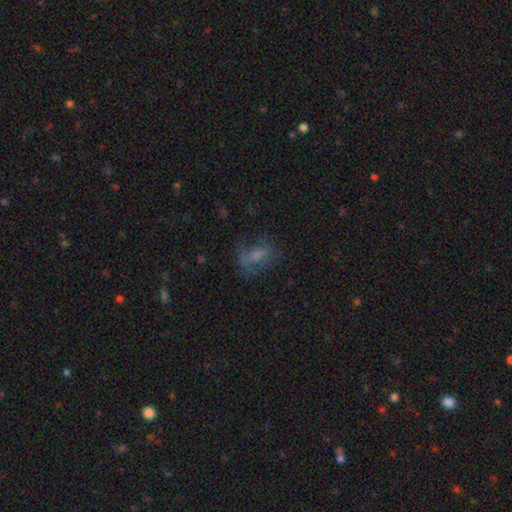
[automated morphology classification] smooth 53%, featured or disk 31%, star or artifact 16%. Down the decision tree: how rounded — in between (76%); merging — none (54%).